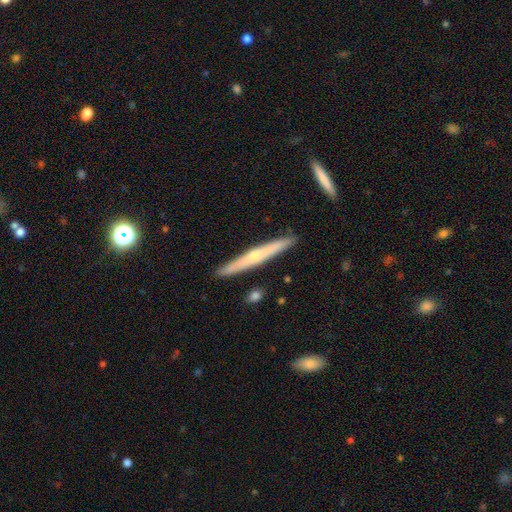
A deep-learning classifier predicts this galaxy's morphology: A featured or disk galaxy (57%) viewed edge-on (95%) with a rounded central bulge (64%).

Vote fractions:
- Smooth or featured? featured or disk: 57% / smooth: 37% / star or artifact: 6%
- Edge-on disk? yes: 95% / no: 5%
- Edge-on bulge? rounded: 64% / none: 32% / boxy: 3%
- Merging? none: 90% / minor disturbance: 7% / merger: 2% / major disturbance: 1%